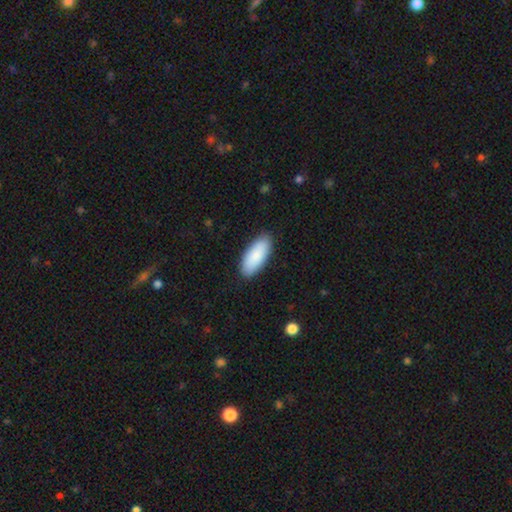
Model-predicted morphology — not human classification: Smooth or featured? smooth (87%)
How rounded? in between (85%)
Merging? none (88%)